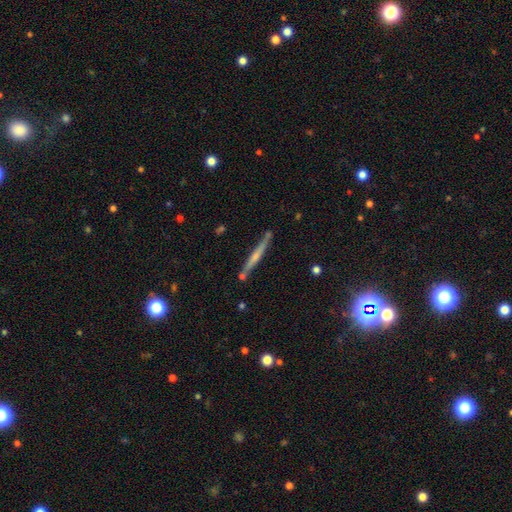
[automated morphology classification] featured or disk 62%, smooth 32%, star or artifact 6%. Down the decision tree: edge-on disk — yes (97%); edge-on bulge — rounded (47%); merging — none (82%).